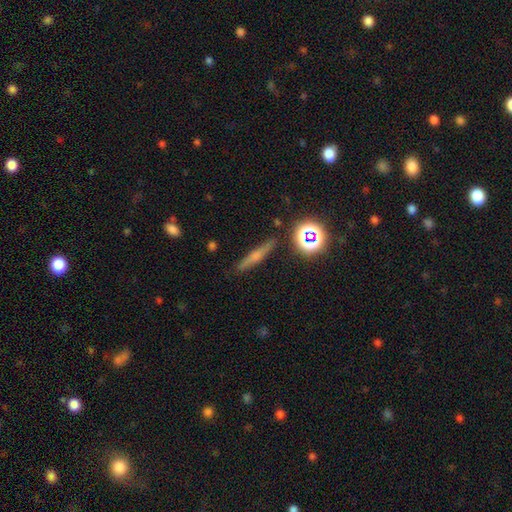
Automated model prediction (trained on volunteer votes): A smooth galaxy with no disk features (44%).

Vote fractions:
- Smooth or featured? smooth: 44% / featured or disk: 40% / star or artifact: 16%
- Merging? none: 86% / minor disturbance: 9% / major disturbance: 2% / merger: 2%